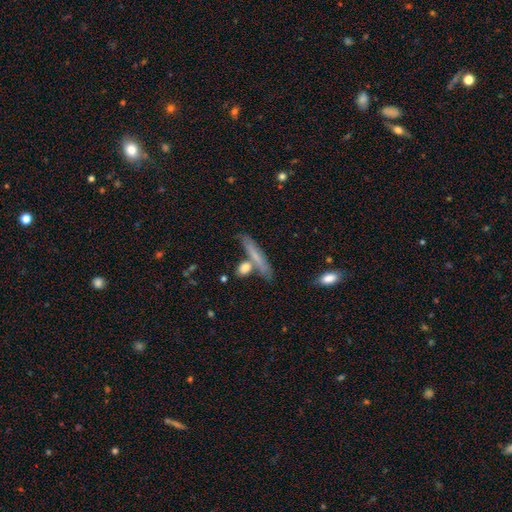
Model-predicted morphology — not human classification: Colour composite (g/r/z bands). It shows a smooth galaxy with no disk features (58%) that is cigar-shaped (88%). Merging: none (74%).